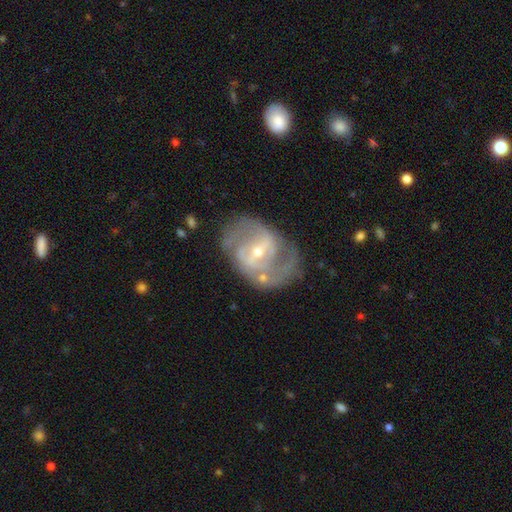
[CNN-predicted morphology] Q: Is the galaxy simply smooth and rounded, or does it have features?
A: featured or disk — 86%.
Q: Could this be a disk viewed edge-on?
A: no — 96%.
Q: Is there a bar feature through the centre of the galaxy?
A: weak — 43%.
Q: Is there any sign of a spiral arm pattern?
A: yes — 92%.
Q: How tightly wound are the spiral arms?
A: medium — 51%.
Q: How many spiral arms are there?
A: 2 — 77%.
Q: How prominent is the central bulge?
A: small — 61%.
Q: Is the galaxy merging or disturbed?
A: none — 66%.